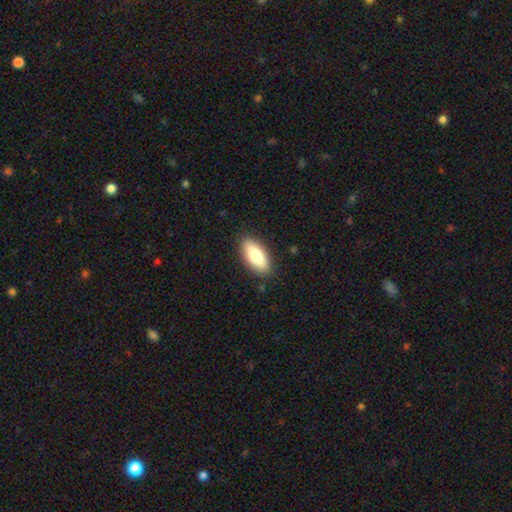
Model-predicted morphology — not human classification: This appears to be a smooth galaxy with no disk features (77%) that is in between round and cigar-shaped (83%). Merging: none (87%).